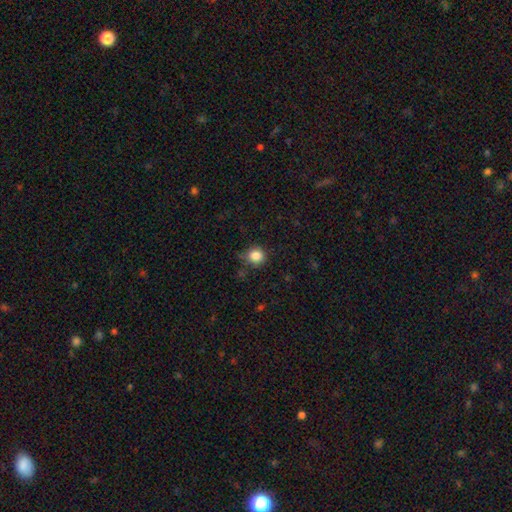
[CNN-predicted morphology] A smooth galaxy with no disk features (84%) that is round (89%). Merging: none (74%).